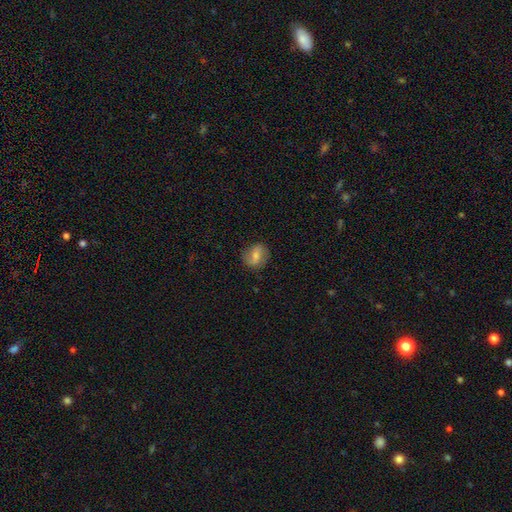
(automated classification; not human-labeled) Smooth or featured? Predicted: smooth (p=0.50). Merging? Predicted: none (p=0.82).